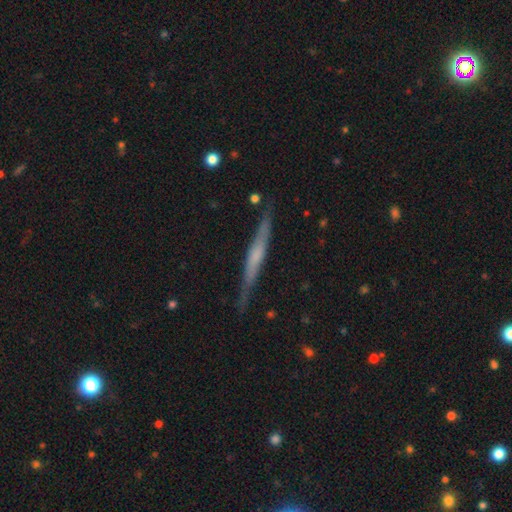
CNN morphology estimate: Smooth or featured? featured or disk (59%)
Edge-on disk? yes (95%)
Edge-on bulge? none (48%)
Merging? none (81%)